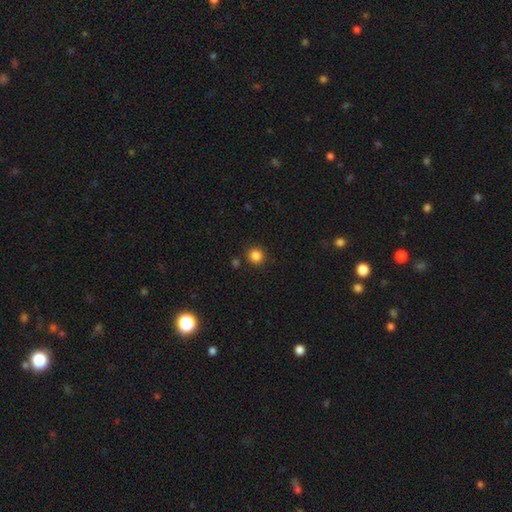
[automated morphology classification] This is clearly a smooth galaxy (84%). How rounded: clearly round (92%). Merging: clearly none (88%).